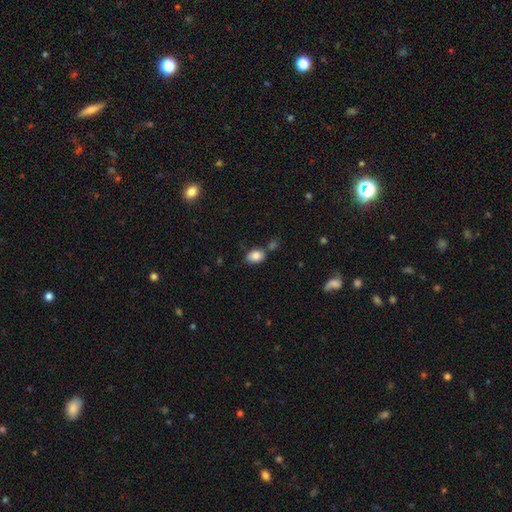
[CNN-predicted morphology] Smooth or featured? smooth (84%)
How rounded? in between (80%)
Merging? none (67%)